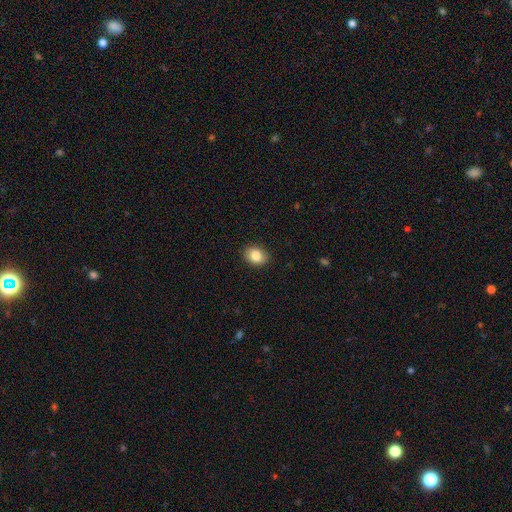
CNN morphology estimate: A smooth galaxy with no disk features (85%) that is in between round and cigar-shaped (61%). Merging: none (88%).